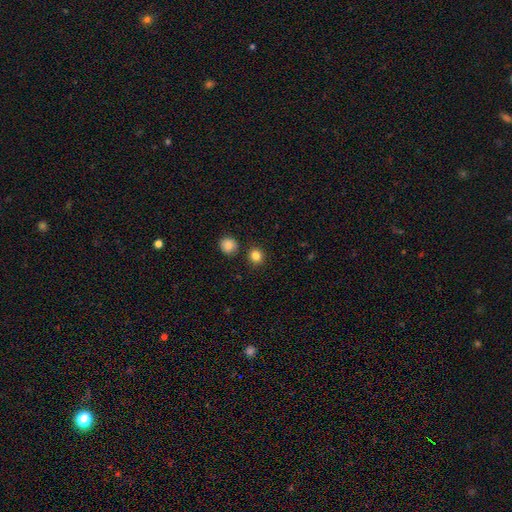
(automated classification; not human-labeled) Smooth or featured? Predicted: smooth (p=0.84). How rounded? Predicted: round (p=0.85). Merging? Predicted: none (p=0.87).